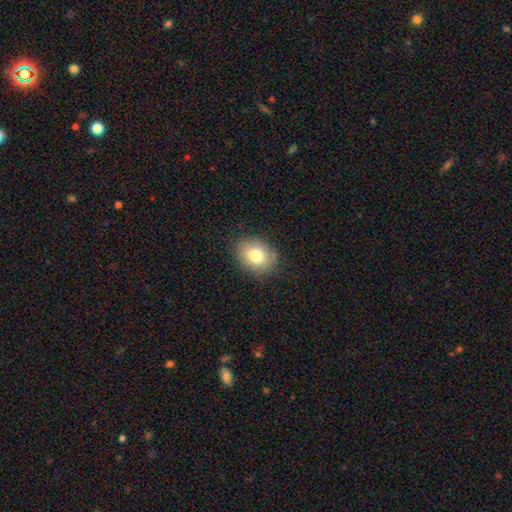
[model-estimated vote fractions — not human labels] smooth_or_featured: smooth (p=0.78) [alt: featured or disk p=0.12]
how_rounded: round (p=0.51) [alt: in between p=0.49]
merging: none (p=0.85) [alt: minor disturbance p=0.11]